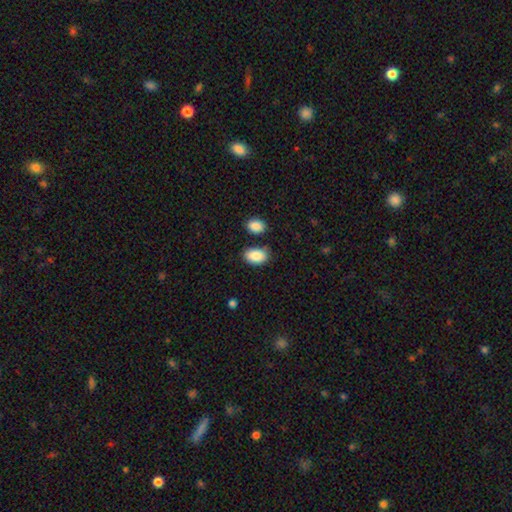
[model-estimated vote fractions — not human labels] A smooth galaxy with no disk features (89%) that is in between round and cigar-shaped (91%). Merging: none (72%).